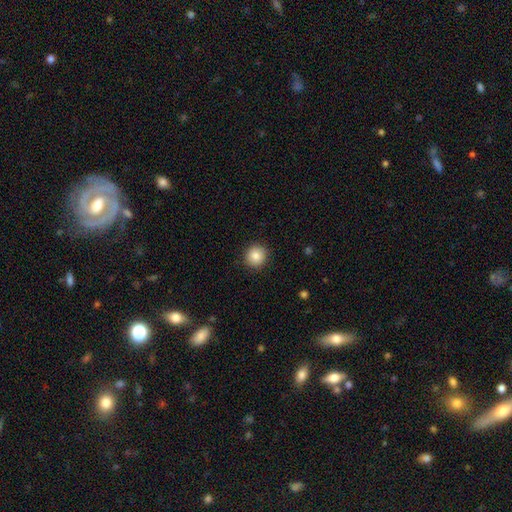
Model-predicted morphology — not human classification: Overall: smooth (84%). How rounded: round (92%). Merging: none (91%).